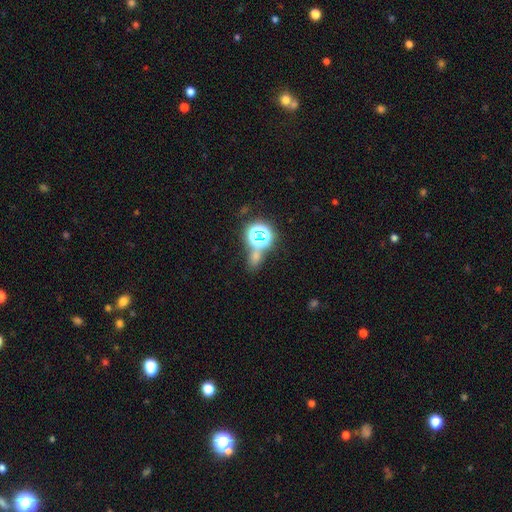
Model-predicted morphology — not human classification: smooth-or-featured: star or artifact: 57% | smooth: 33% | featured or disk: 10%